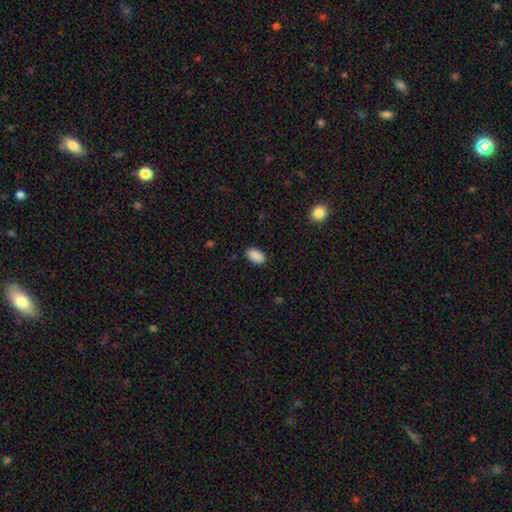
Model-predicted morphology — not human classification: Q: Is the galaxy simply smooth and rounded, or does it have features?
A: smooth — 90%.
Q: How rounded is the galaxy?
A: in between — 94%.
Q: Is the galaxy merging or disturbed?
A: none — 88%.